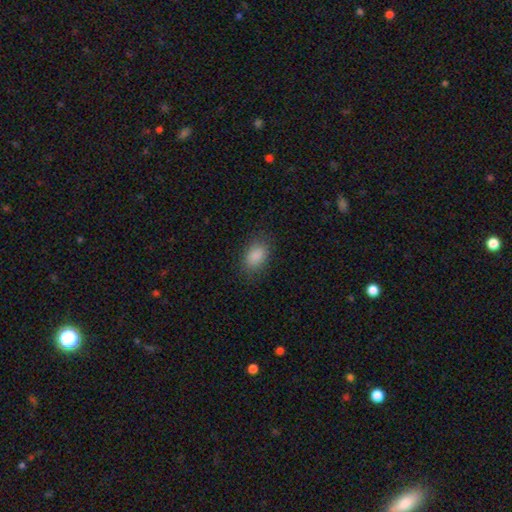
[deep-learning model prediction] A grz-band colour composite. It shows a smooth galaxy with no disk features (88%) that is in between round and cigar-shaped (84%). Merging: none (83%).